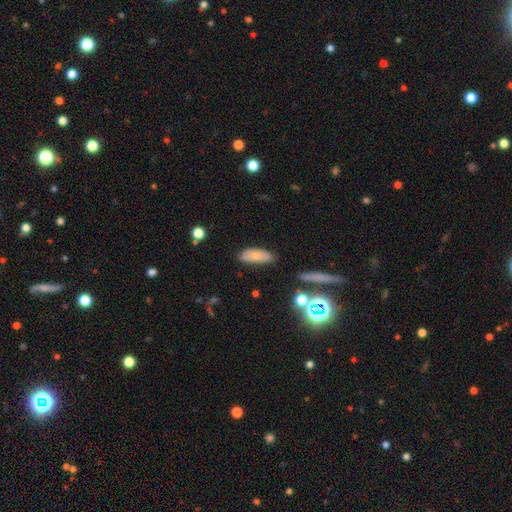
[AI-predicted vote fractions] Morphology: type=smooth (71%); roundness=in between (79%); merging=none (75%).